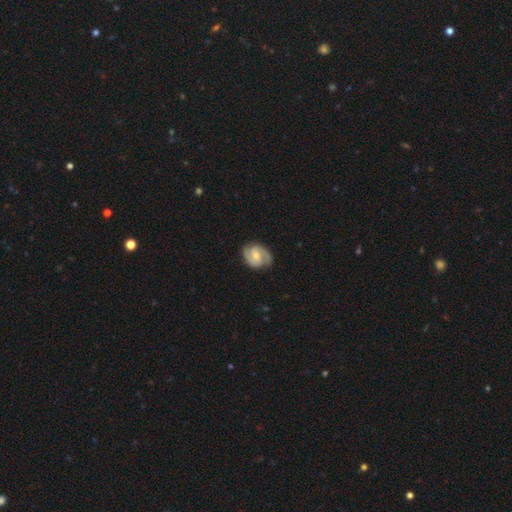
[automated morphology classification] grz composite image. It shows a featured or disk galaxy (87%) with a weak bar (47%), 2 (90%) medium (47%) spiral arms (97%) and a moderate central bulge (50%). Merging: none (83%).